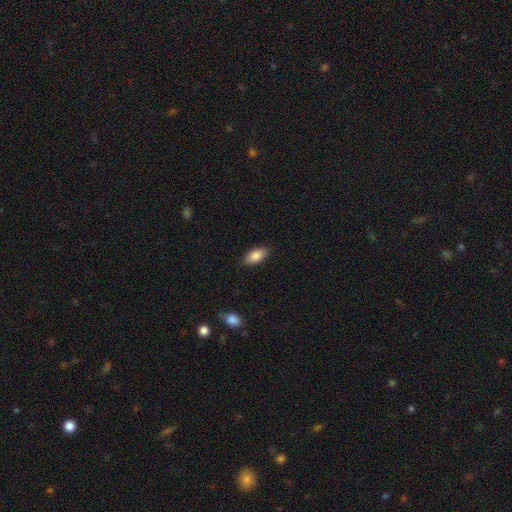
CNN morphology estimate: The model was most divided on "merging": none: 87%, minor disturbance: 10%, major disturbance: 2%, merger: 1%. More confident: how rounded — in between (91%); smooth or featured — smooth (86%).